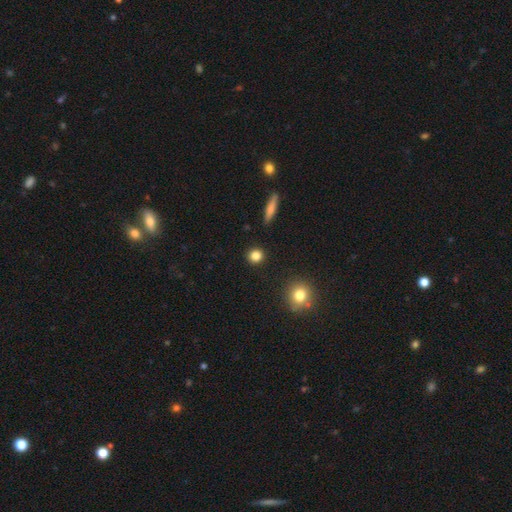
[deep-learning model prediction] A smooth galaxy with no disk features (84%) that is round (90%). Merging: none (91%).